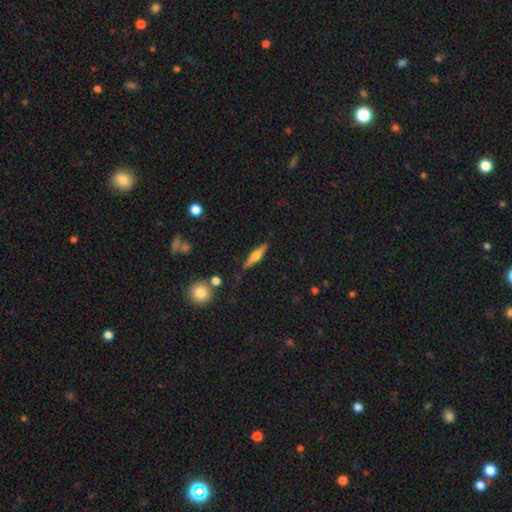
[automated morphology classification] smooth_or_featured: featured or disk (p=0.52) [alt: smooth p=0.41]
disk_edge_on: yes (p=0.94) [alt: no p=0.06]
merging: none (p=0.85) [alt: minor disturbance p=0.10]